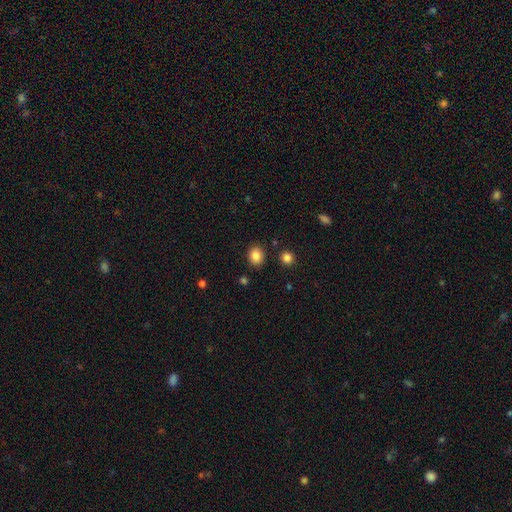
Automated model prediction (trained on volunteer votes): Smooth or featured?
  - smooth: 86% *
  - star or artifact: 10%
  - featured or disk: 5%
How rounded?
  - round: 62% *
  - in between: 37%
  - cigar-shaped: 1%
Merging?
  - none: 87% *
  - minor disturbance: 8%
  - merger: 3%
  - major disturbance: 2%